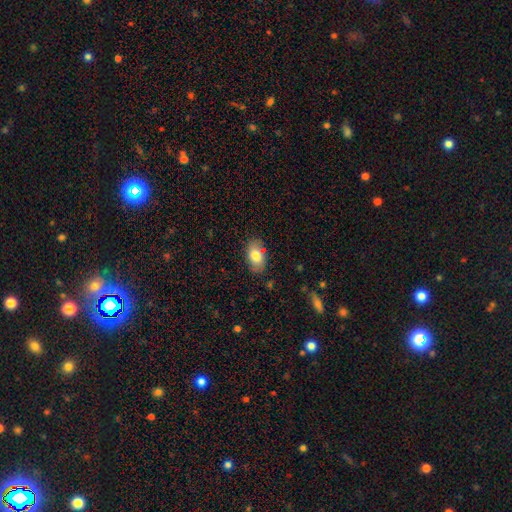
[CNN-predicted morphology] Overall: smooth (77%). How rounded: in between (90%). Merging: none (76%).